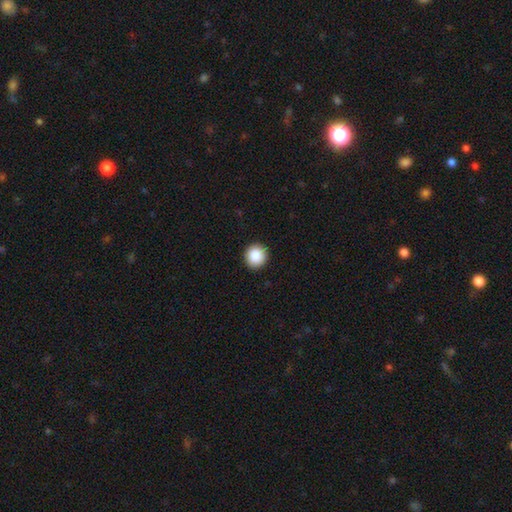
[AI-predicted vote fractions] smooth 88%, star or artifact 8%, featured or disk 4%. Down the decision tree: how rounded — round (94%); merging — none (92%).